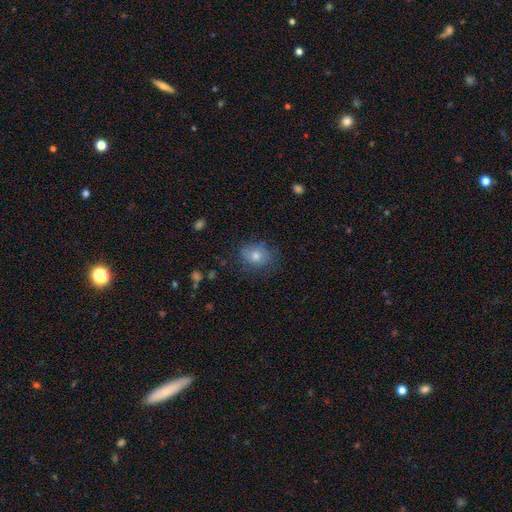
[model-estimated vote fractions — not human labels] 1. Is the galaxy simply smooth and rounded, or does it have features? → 66% smooth, 22% featured or disk, 12% star or artifact.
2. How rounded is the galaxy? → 52% in between, 47% round, 1% cigar-shaped.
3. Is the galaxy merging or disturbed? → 73% none, 19% minor disturbance, 7% major disturbance, 1% merger.